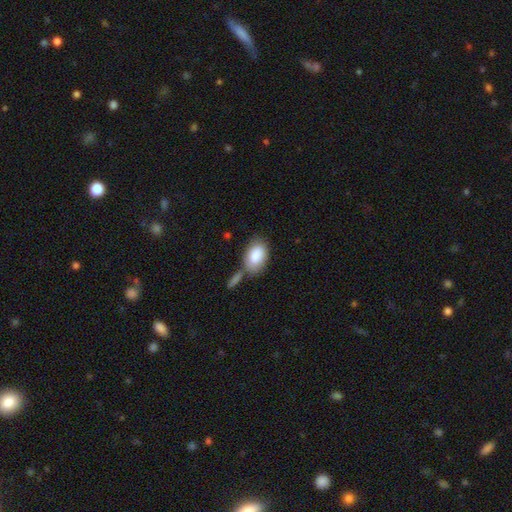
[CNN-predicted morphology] Q: Smooth or featured?
A: smooth (85%); runner-up: featured or disk (9%)
Q: How rounded?
A: in between (92%); runner-up: round (7%)
Q: Merging?
A: none (53%); runner-up: merger (24%)